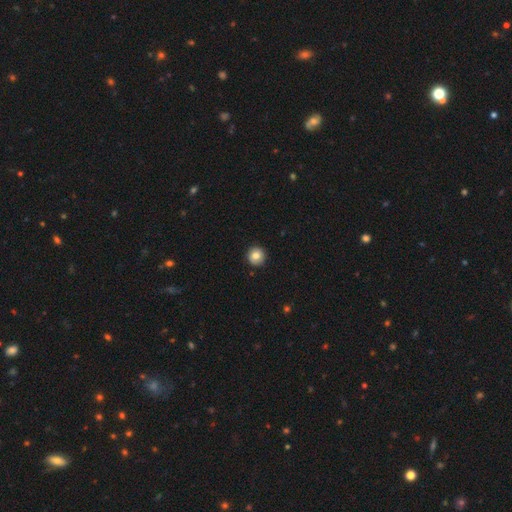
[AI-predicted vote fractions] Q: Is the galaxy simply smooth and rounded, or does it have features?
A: smooth — 81%.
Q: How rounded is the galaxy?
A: round — 95%.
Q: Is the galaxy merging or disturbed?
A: none — 92%.